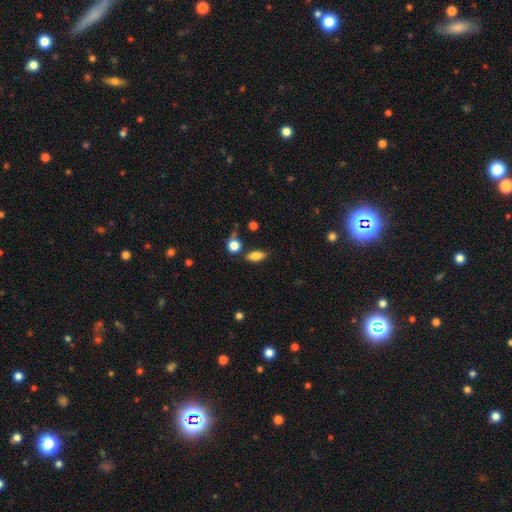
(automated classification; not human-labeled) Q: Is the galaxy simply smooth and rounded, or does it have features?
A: smooth — 82%.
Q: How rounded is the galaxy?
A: in between — 83%.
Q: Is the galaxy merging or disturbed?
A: none — 75%.